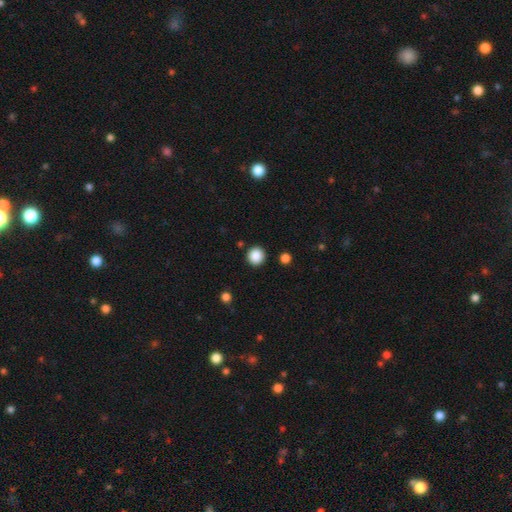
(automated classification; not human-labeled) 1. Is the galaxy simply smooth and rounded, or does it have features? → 87% smooth, 10% star or artifact, 3% featured or disk.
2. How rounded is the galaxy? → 94% round, 5% in between, 1% cigar-shaped.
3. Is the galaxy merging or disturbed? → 91% none, 5% minor disturbance, 2% major disturbance, 2% merger.